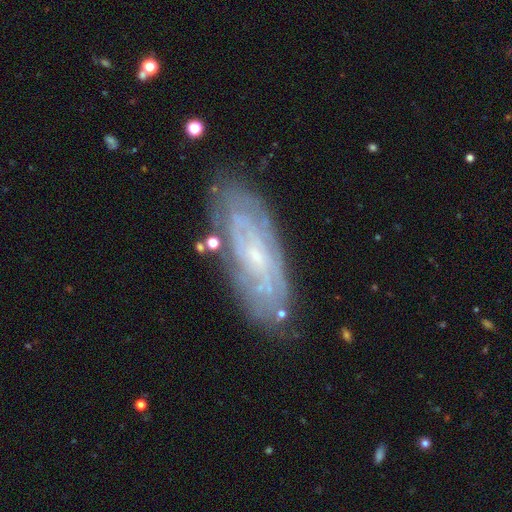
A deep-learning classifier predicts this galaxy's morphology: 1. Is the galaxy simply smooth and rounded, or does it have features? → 78% featured or disk, 15% smooth, 7% star or artifact.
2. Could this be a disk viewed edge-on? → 87% no, 13% yes.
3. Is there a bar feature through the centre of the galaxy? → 70% no, 25% weak, 6% strong.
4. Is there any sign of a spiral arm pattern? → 89% yes, 11% no.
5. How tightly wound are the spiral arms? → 74% tight, 21% medium, 6% loose.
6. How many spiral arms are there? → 56% can't tell, 13% 2, 10% 4, 10% 3, 7% more than 4, 4% 1.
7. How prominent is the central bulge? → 81% small, 13% moderate, 5% none, 1% large, 1% dominant.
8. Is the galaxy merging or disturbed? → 78% none, 16% minor disturbance, 4% major disturbance, 2% merger.